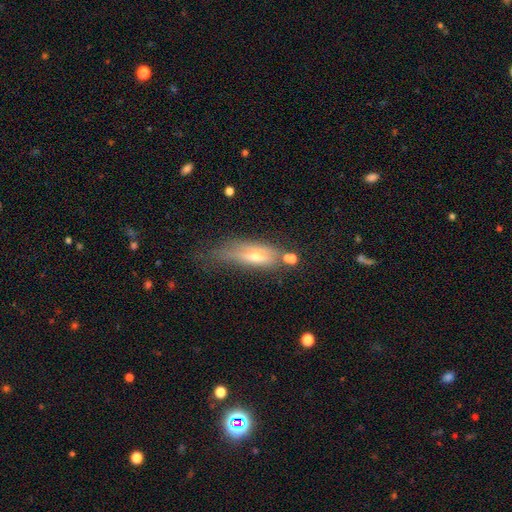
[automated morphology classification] The model was most divided on "smooth or featured": featured or disk: 46%, smooth: 45%, star or artifact: 10%. Remaining: merging — none (45%).